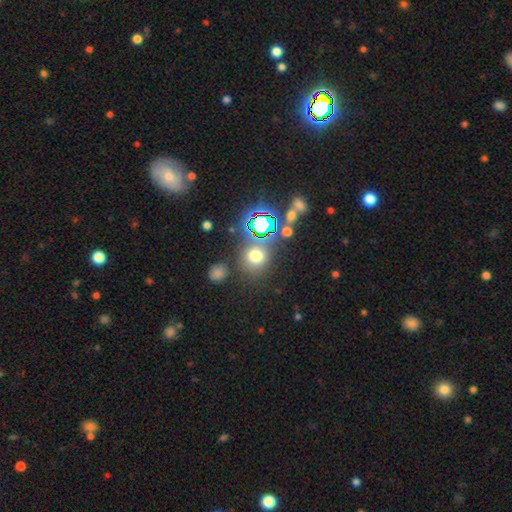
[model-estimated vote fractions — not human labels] A smooth galaxy with no disk features (61%) that is round (82%). Merging: none (73%).